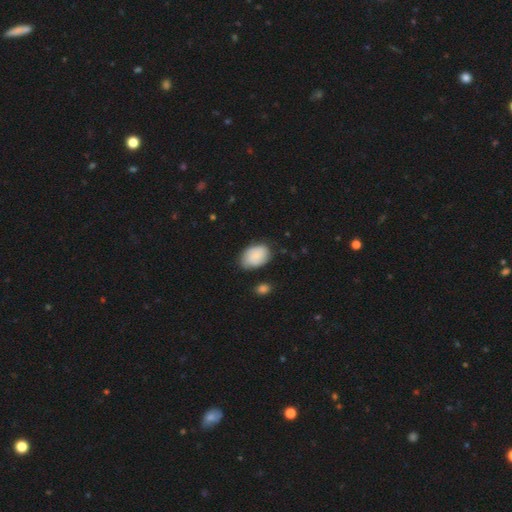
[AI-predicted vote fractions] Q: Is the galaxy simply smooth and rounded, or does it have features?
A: smooth — 81%.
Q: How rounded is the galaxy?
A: in between — 86%.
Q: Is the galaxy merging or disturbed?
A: none — 70%.